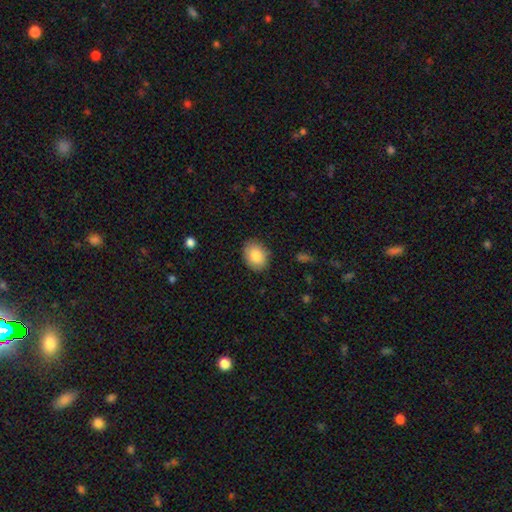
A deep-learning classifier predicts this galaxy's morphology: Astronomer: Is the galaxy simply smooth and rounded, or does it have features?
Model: smooth — 84%.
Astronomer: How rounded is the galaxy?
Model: in between — 63%.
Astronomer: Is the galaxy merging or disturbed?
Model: none — 85%.